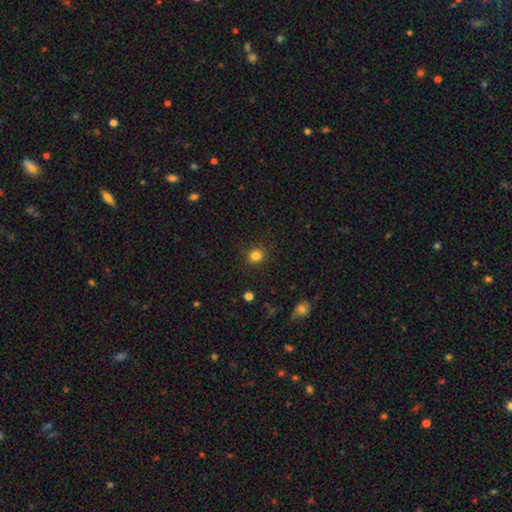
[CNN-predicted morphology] smooth_or_featured: smooth (p=0.83) [alt: star or artifact p=0.12]
how_rounded: round (p=0.86) [alt: in between p=0.13]
merging: none (p=0.89) [alt: minor disturbance p=0.07]